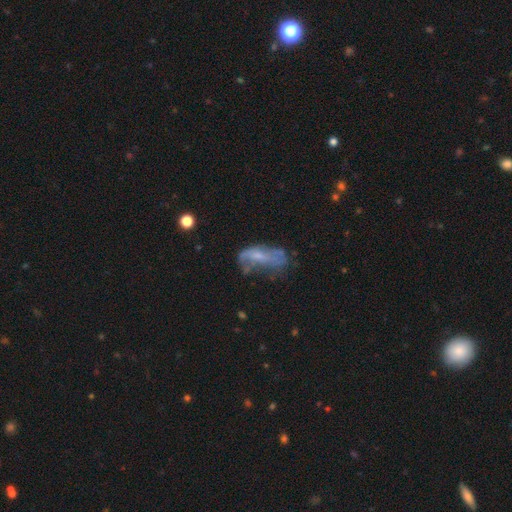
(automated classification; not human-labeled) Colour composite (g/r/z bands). It shows a featured or disk galaxy (53%). Merging: none (34%).